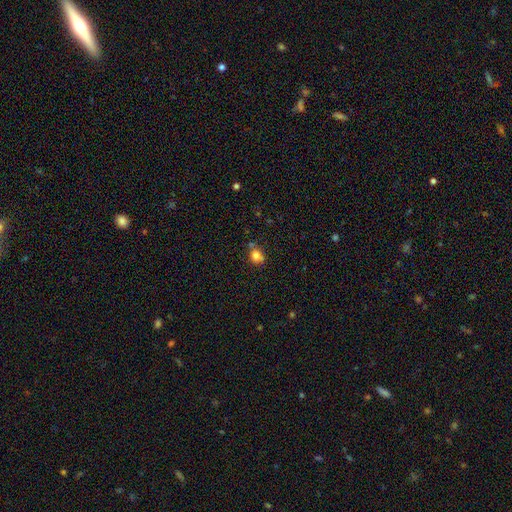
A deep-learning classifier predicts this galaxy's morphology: A smooth galaxy with no disk features (77%) that is round (74%). Merging: none (60%).